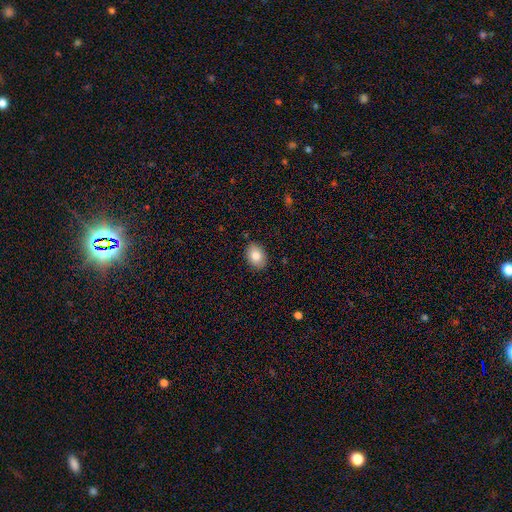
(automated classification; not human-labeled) Smooth or featured? Predicted: smooth (p=0.82). How rounded? Predicted: in between (p=0.71). Merging? Predicted: none (p=0.87).